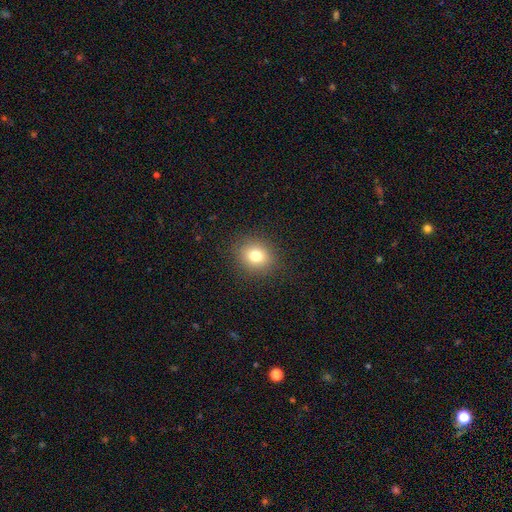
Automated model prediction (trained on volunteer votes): A smooth galaxy with no disk features (78%) that is round (76%).

Vote fractions:
- Smooth or featured? smooth: 78% / star or artifact: 13% / featured or disk: 9%
- How rounded? round: 76% / in between: 23% / cigar-shaped: 1%
- Merging? none: 89% / minor disturbance: 7% / major disturbance: 3% / merger: 1%